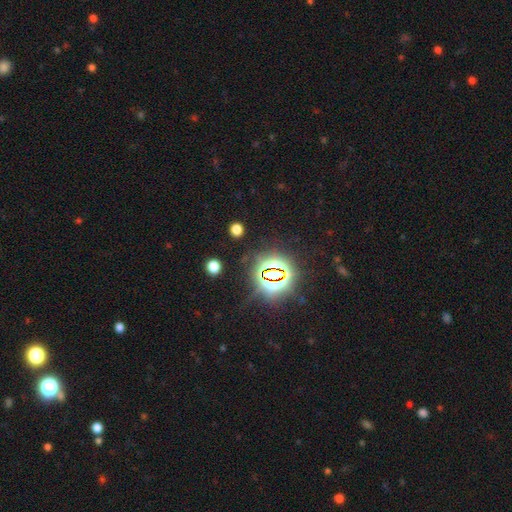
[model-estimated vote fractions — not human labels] The model was most divided on "smooth or featured": star or artifact: 83%, smooth: 11%, featured or disk: 6%.